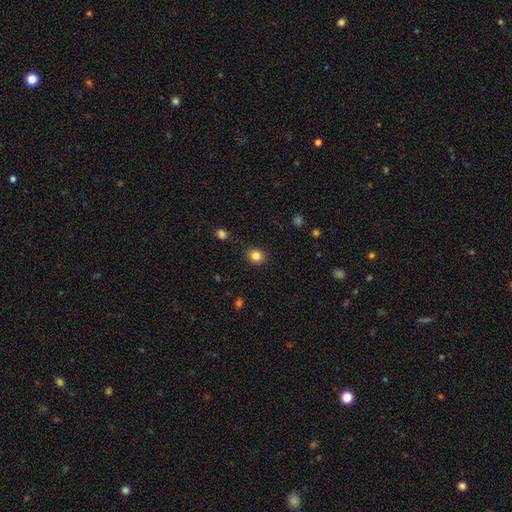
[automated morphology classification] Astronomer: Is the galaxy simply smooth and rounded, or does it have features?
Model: smooth — 84%.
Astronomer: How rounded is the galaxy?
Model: round — 83%.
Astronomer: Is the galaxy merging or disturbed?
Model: none — 88%.